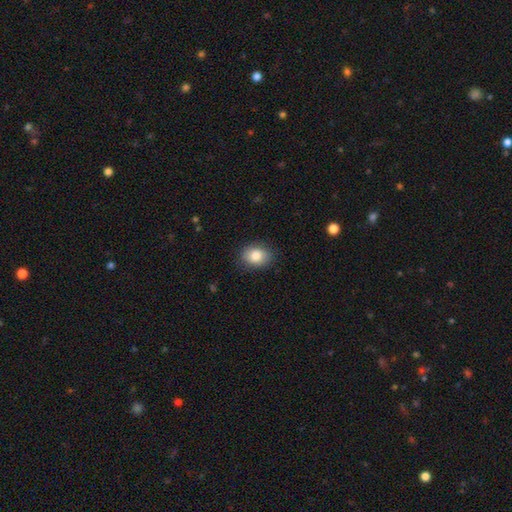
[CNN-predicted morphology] The model was most divided on "how rounded": in between: 67%, round: 32%, cigar-shaped: 1%. More confident: smooth or featured — smooth (85%); merging — none (85%).